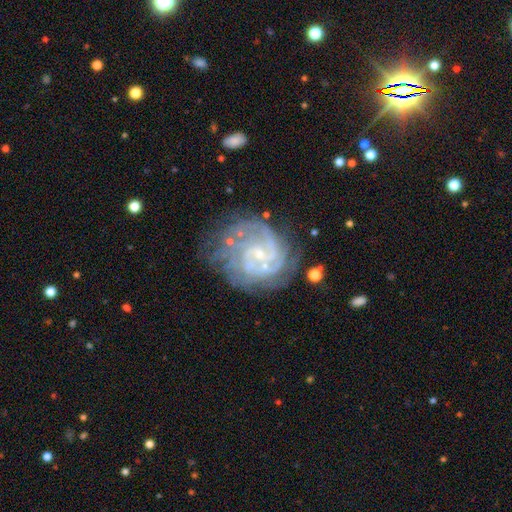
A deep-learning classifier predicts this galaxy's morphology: The model was most divided on "spiral arm count": can't tell: 36%, 2: 22%, 3: 17%, 4: 11%, more than 4: 7%, 1: 7%. More confident: edge-on disk — no (98%); spiral arms — yes (92%); smooth or featured — featured or disk (81%); bulge size — small (76%); spiral winding — tight (66%); merging — none (64%); bar — no (54%).